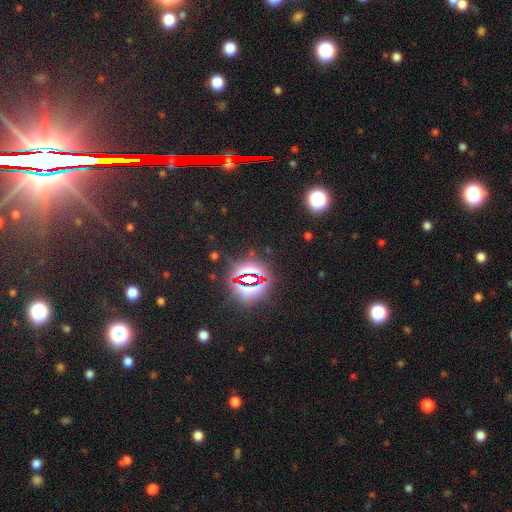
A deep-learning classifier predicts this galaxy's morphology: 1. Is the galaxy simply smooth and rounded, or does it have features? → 79% star or artifact, 12% smooth, 9% featured or disk.